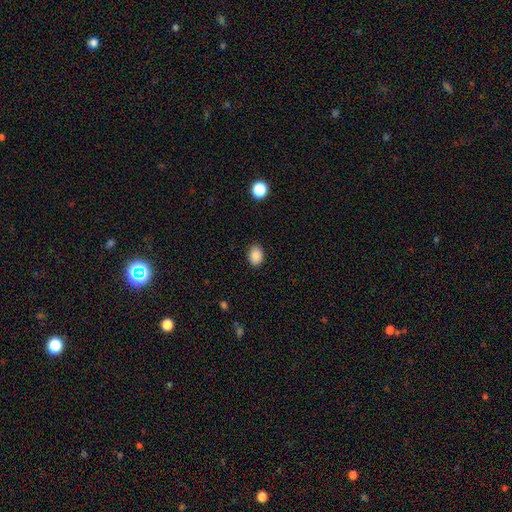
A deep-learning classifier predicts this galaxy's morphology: Smooth or featured? Predicted: smooth (p=0.88). How rounded? Predicted: in between (p=0.76). Merging? Predicted: none (p=0.87).